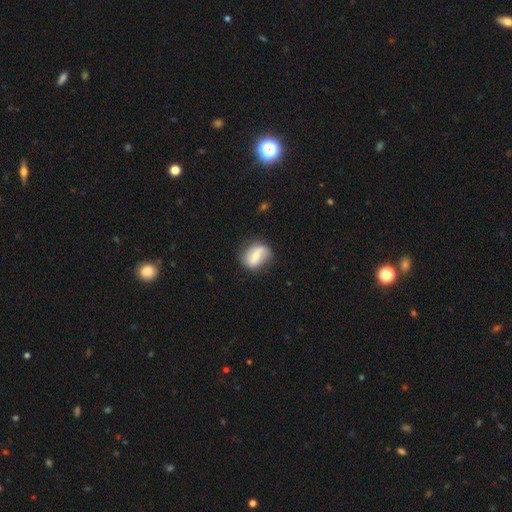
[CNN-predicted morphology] The model was most divided on "bulge size": small: 47%, moderate: 39%, none: 9%, large: 4%, dominant: 1%. Remaining: edge-on disk — no (96%); spiral arms — yes (79%); merging — none (68%); smooth or featured — featured or disk (55%); bar — weak (43%).